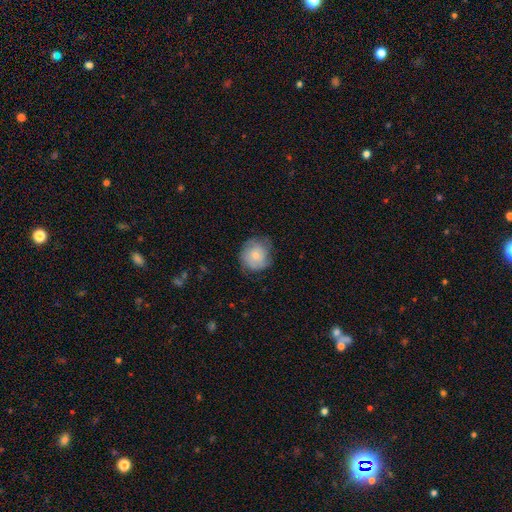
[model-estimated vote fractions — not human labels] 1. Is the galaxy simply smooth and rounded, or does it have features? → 66% smooth, 26% featured or disk, 7% star or artifact.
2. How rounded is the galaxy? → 88% round, 11% in between, 1% cigar-shaped.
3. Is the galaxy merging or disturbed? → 69% none, 23% minor disturbance, 7% major disturbance, 1% merger.